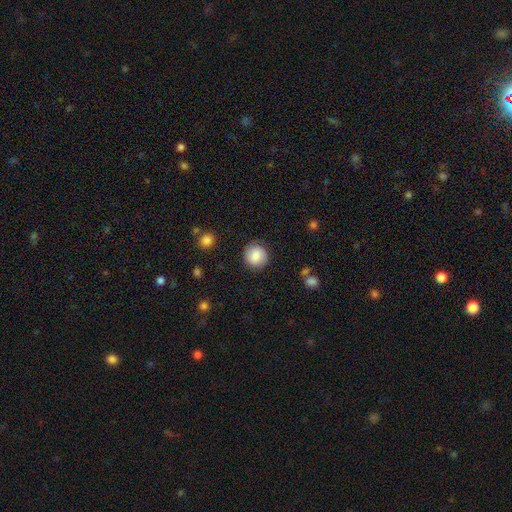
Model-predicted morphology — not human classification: A smooth galaxy with no disk features (84%) that is round (92%). Merging: none (89%).